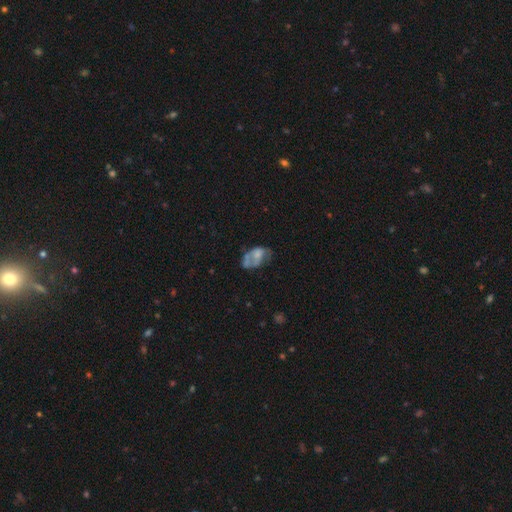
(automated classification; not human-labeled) smooth 46%, featured or disk 45%, star or artifact 10%. Down the decision tree: merging — none (31%).